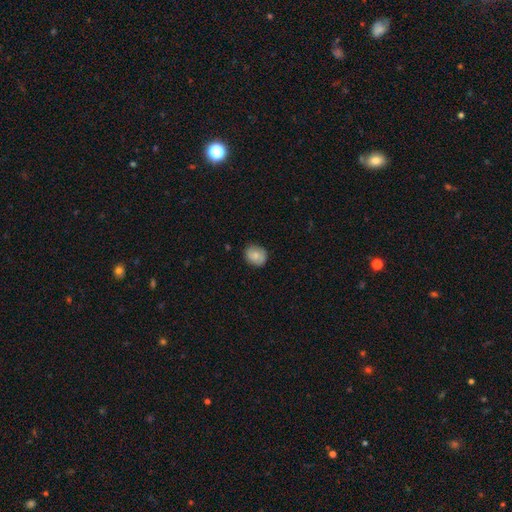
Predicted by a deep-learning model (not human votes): Smooth or featured?
  - smooth: 76% *
  - featured or disk: 17%
  - star or artifact: 7%
How rounded?
  - round: 66% *
  - in between: 33%
  - cigar-shaped: 1%
Merging?
  - none: 81% *
  - minor disturbance: 15%
  - major disturbance: 3%
  - merger: 1%